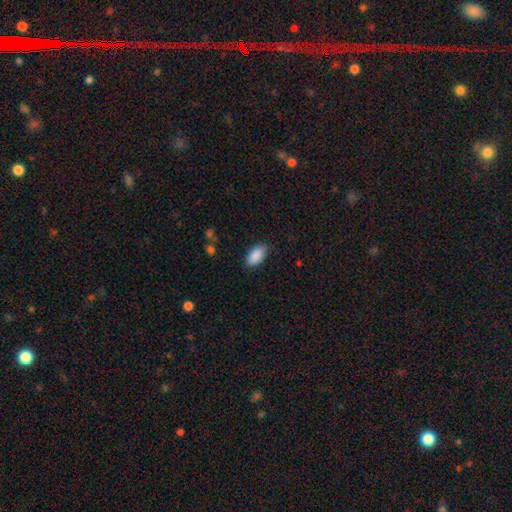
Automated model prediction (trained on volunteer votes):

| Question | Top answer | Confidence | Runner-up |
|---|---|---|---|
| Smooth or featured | smooth | 90% | star or artifact (6%) |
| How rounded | in between | 94% | round (3%) |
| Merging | none | 85% | minor disturbance (11%) |